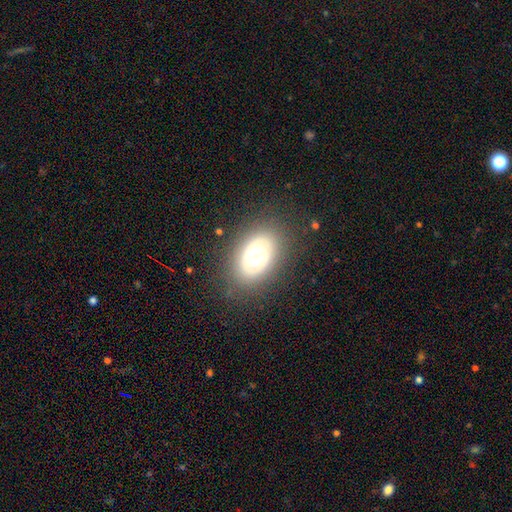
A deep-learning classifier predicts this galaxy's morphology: type=featured or disk (67%); edge-on=no (96%); bar=no (43%); spiral arms=yes (79%); winding=tight (41%, tied with medium); arm count=2 (74%); bulge=large (43%); merging=none (78%).